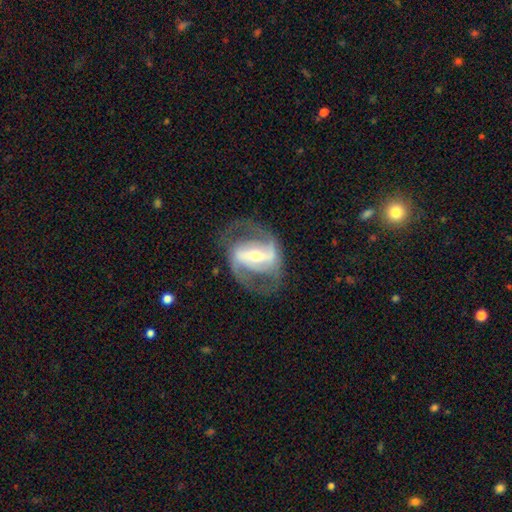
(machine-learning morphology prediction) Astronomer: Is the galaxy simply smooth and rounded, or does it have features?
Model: featured or disk — 88%.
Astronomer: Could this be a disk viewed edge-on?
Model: no — 95%.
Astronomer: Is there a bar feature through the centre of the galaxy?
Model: strong — 69%.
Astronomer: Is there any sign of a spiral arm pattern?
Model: yes — 91%.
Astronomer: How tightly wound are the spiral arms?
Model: medium — 53% (runner-up: loose, 28%).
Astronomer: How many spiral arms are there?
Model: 2 — 88%.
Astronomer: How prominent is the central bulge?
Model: small — 52% (runner-up: moderate, 41%).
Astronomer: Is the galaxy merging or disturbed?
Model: none — 71%.